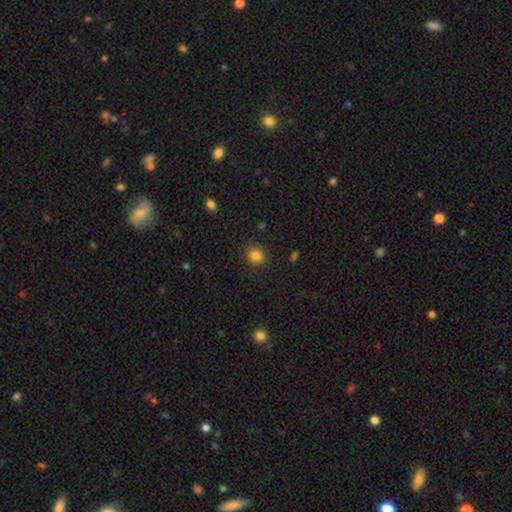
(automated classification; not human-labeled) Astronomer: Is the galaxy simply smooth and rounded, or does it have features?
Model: smooth — 84%.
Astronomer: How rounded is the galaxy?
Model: round — 89%.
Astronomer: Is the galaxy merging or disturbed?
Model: none — 88%.